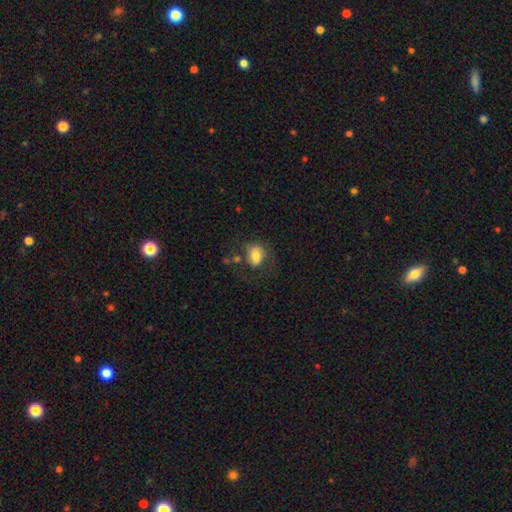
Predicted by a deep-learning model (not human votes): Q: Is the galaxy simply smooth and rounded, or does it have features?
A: smooth — 68%.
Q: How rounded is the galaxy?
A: in between — 54%.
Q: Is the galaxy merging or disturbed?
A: none — 53%.